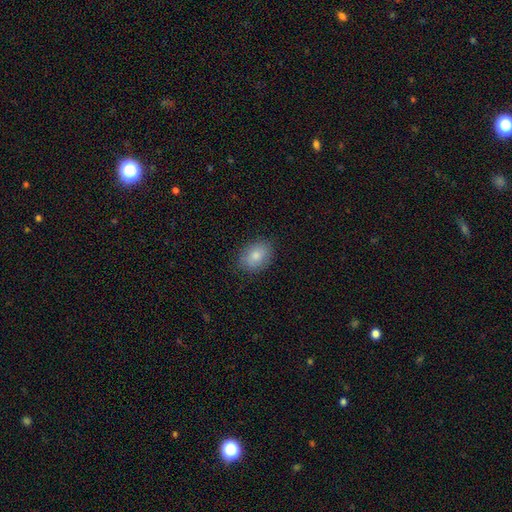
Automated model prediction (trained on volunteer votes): Morphology: type=smooth (83%); roundness=in between (76%); merging=none (84%).